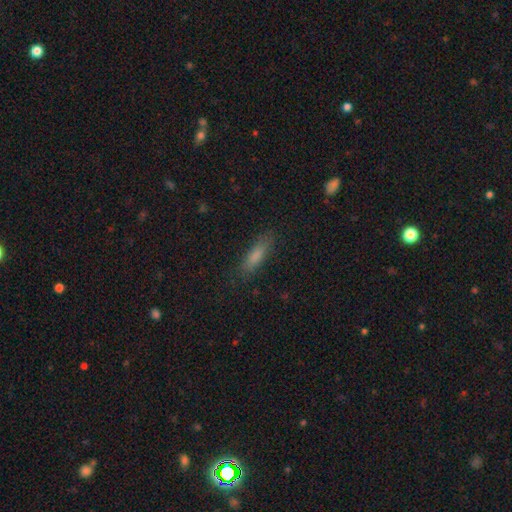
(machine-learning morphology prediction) Smooth or featured?
  - smooth: 78% *
  - featured or disk: 14%
  - star or artifact: 9%
How rounded?
  - cigar-shaped: 62% *
  - in between: 36%
  - round: 2%
Merging?
  - none: 83% *
  - minor disturbance: 12%
  - major disturbance: 3%
  - merger: 1%